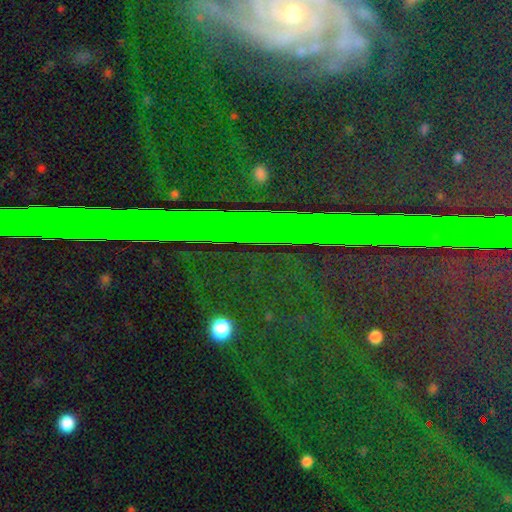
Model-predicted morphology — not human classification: The model was most divided on "smooth or featured": star or artifact: 71%, featured or disk: 18%, smooth: 11%.